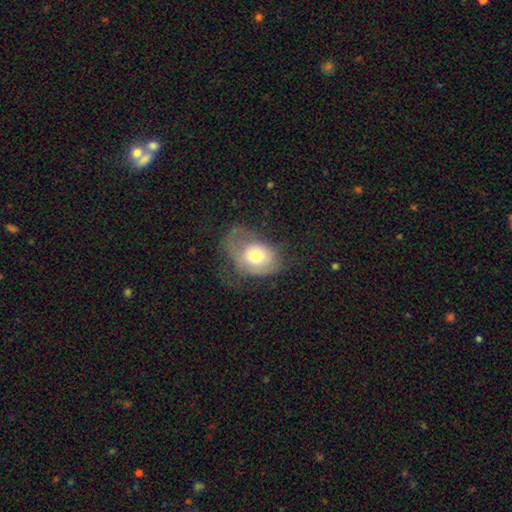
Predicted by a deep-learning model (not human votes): Smooth or featured: smooth — 60% (featured or disk — 32%)
How rounded: in between — 66% (round — 33%)
Merging: major disturbance — 43% (minor disturbance — 29%)